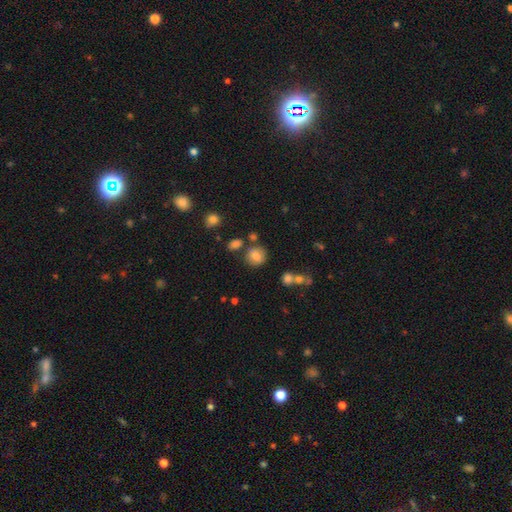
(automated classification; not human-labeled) smooth 80%, star or artifact 11%, featured or disk 9%. Down the decision tree: how rounded — round (75%); merging — none (73%).